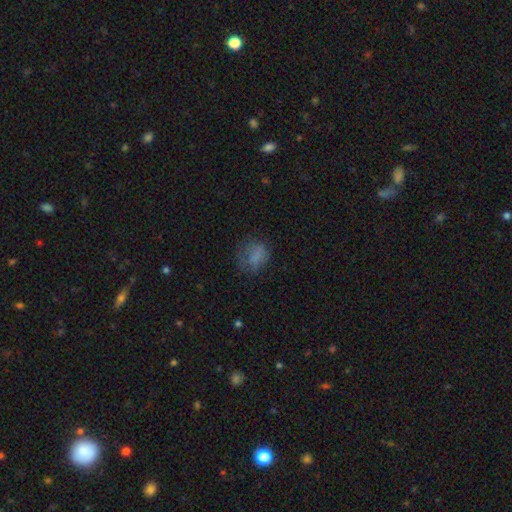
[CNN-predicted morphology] Smooth or featured? Predicted: smooth (p=0.70). How rounded? Predicted: round (p=0.50). Merging? Predicted: none (p=0.54).